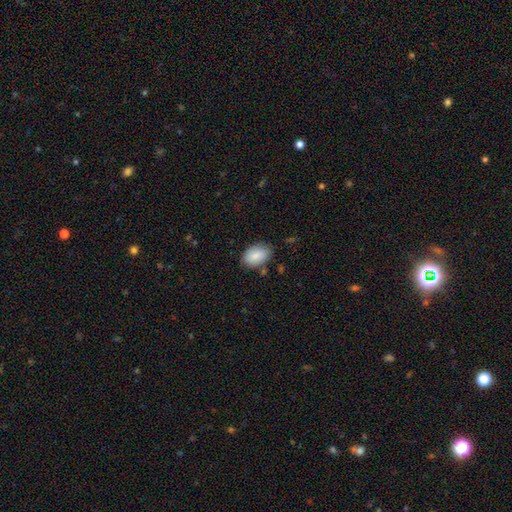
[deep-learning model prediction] Morphology: type=smooth (85%); roundness=in between (90%); merging=none (78%).